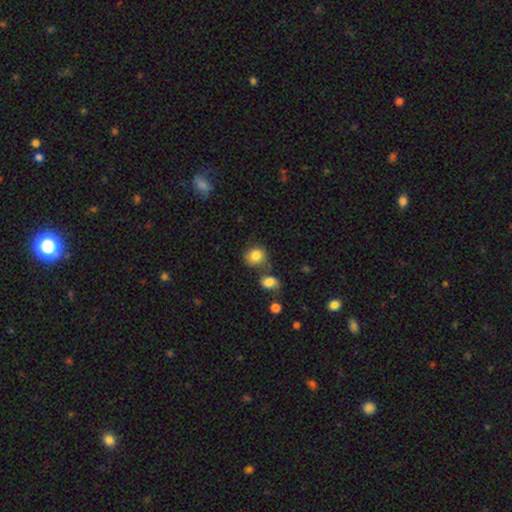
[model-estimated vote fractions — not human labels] Smooth or featured? smooth (83%)
How rounded? round (73%)
Merging? none (61%)